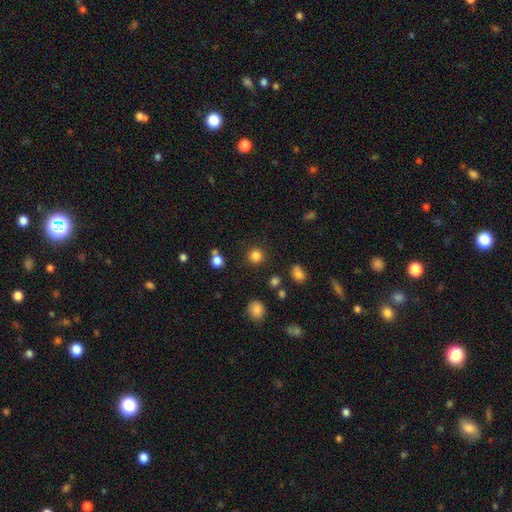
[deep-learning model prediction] smooth_or_featured: smooth (p=0.82) [alt: star or artifact p=0.13]
how_rounded: round (p=0.93) [alt: in between p=0.06]
merging: none (p=0.88) [alt: minor disturbance p=0.06]